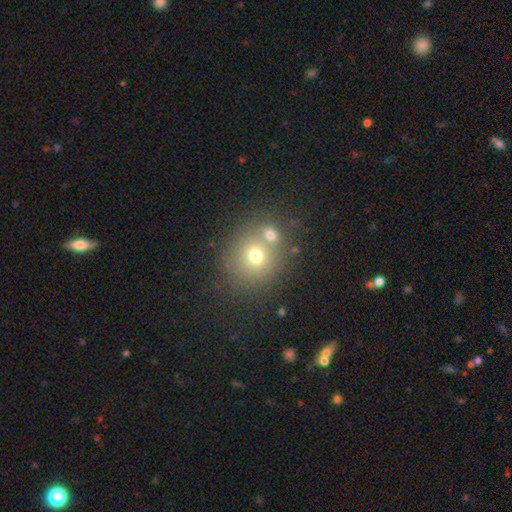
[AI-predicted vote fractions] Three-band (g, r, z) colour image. It shows a smooth galaxy with no disk features (66%) that is round (82%). Merging: none (52%).